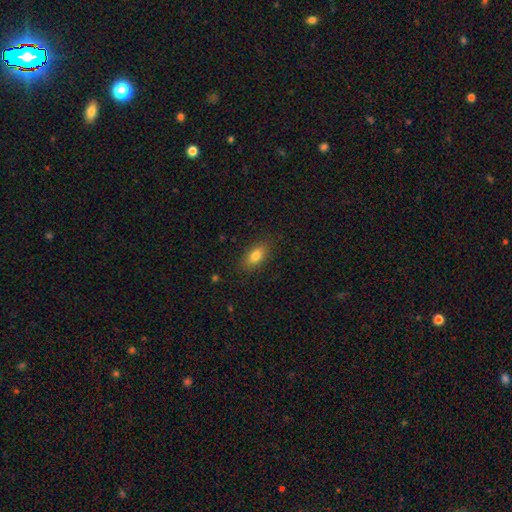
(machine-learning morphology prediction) The model was most divided on "smooth or featured": smooth: 81%, featured or disk: 11%, star or artifact: 8%. More confident: how rounded — in between (86%); merging — none (85%).